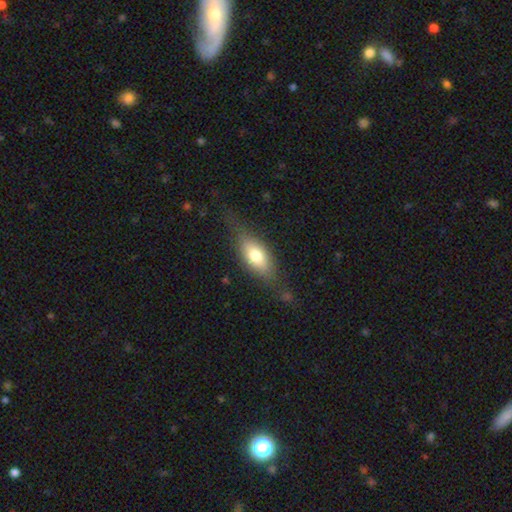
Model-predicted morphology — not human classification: This appears to be a smooth galaxy with no disk features (65%) that is in between round and cigar-shaped (77%). Merging: none (62%).